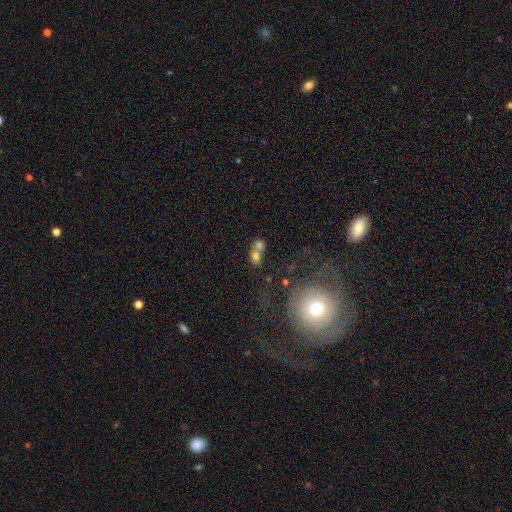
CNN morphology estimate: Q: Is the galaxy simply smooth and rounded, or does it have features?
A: smooth — 70%.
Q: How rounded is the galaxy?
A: round — 51%.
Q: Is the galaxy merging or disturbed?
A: merger — 64%.